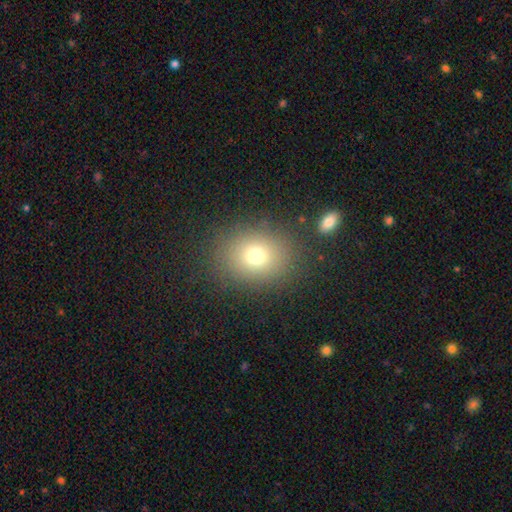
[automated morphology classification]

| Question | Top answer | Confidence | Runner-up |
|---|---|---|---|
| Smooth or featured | smooth | 74% | star or artifact (14%) |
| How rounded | round | 54% | in between (45%) |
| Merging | none | 83% | minor disturbance (9%) |